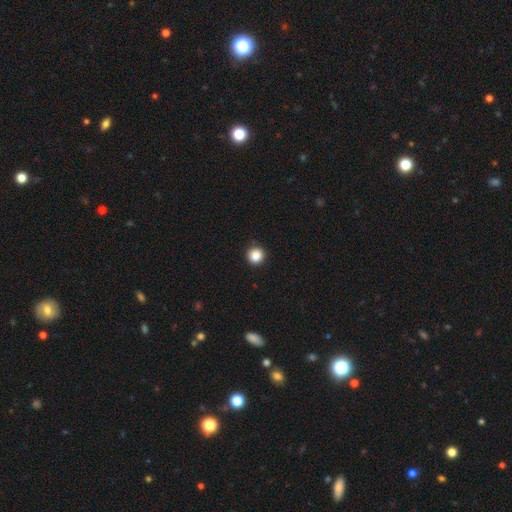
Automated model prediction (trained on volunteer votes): This is clearly a smooth galaxy (87%). How rounded: clearly round (95%). Merging: clearly none (91%).